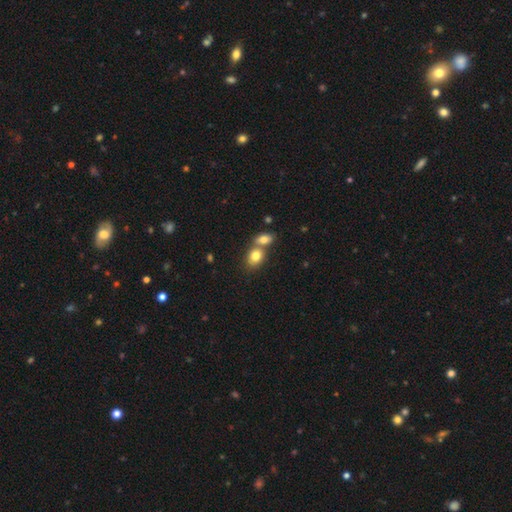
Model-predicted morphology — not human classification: Smooth or featured? Predicted: smooth (p=0.80). How rounded? Predicted: in between (p=0.68). Merging? Predicted: merger (p=0.53).